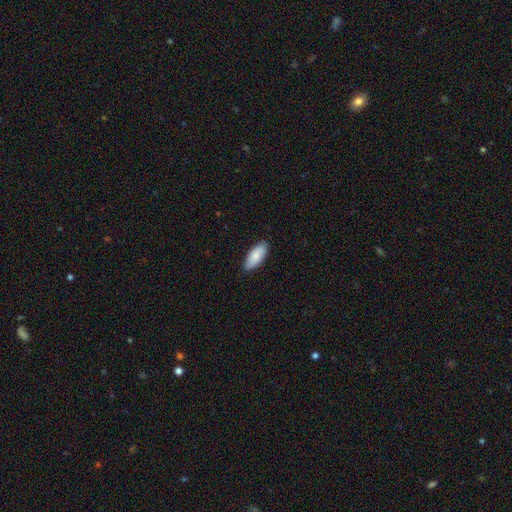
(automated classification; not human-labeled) A smooth galaxy with no disk features (85%) that is in between round and cigar-shaped (84%). Merging: none (87%).